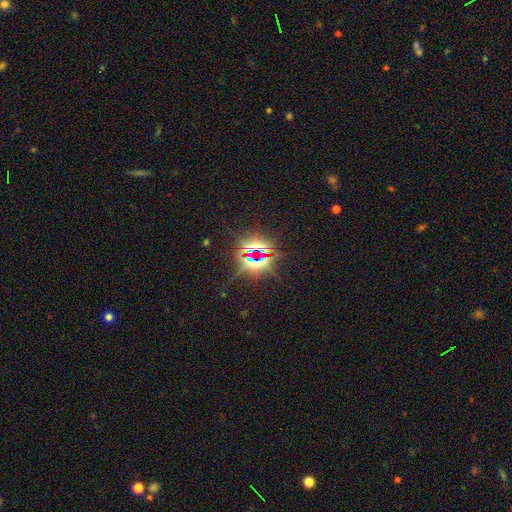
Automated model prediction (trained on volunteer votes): Smooth or featured: star or artifact — 82% (smooth — 10%)